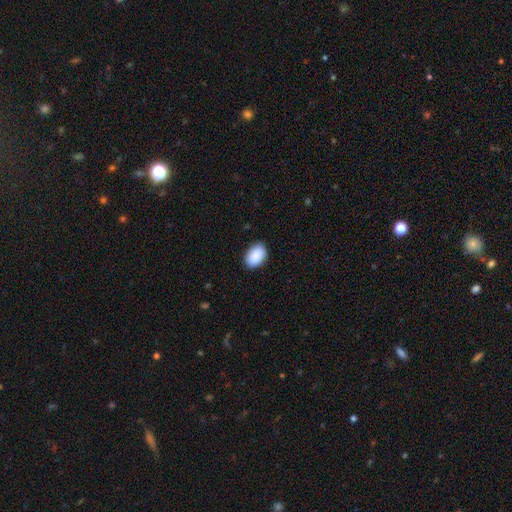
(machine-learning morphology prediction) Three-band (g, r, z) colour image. It shows a smooth galaxy with no disk features (91%) that is in between round and cigar-shaped (89%). Merging: none (86%).